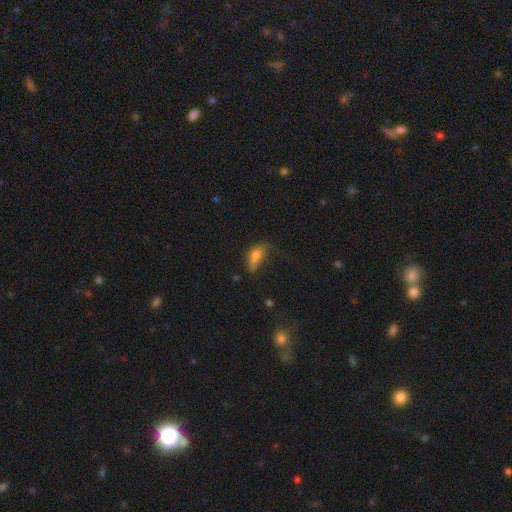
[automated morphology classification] Smooth or featured? smooth (67%)
How rounded? in between (80%)
Merging? none (32%)